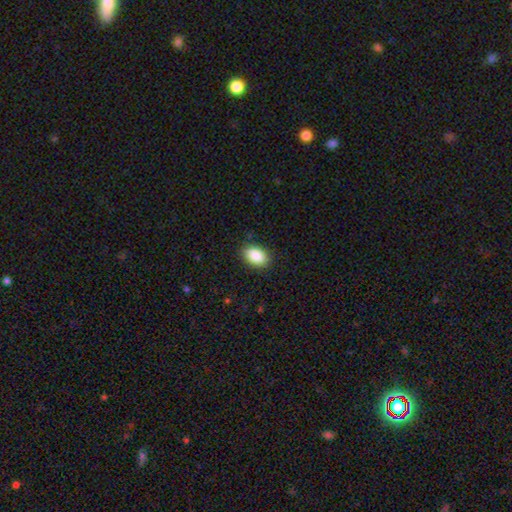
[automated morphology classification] The model was most divided on "how rounded": in between: 86%, round: 13%, cigar-shaped: 1%. More confident: smooth or featured — smooth (90%); merging — none (88%).